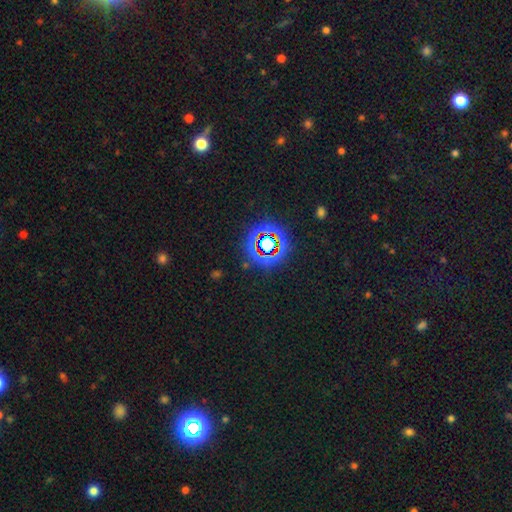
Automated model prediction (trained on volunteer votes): Smooth or featured? Predicted: star or artifact (p=0.58).